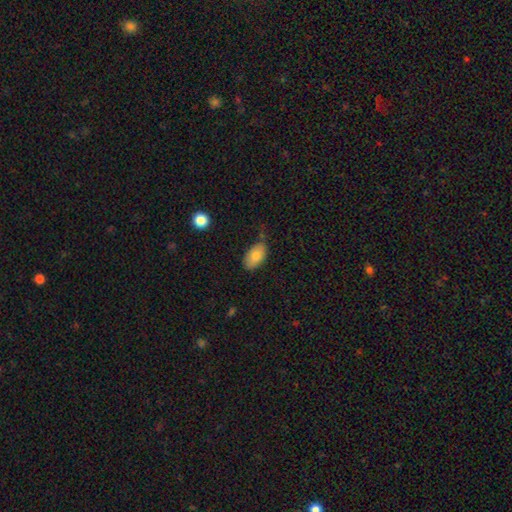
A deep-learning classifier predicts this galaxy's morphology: Overall: smooth (78%). How rounded: in between (92%). Merging: none (66%).